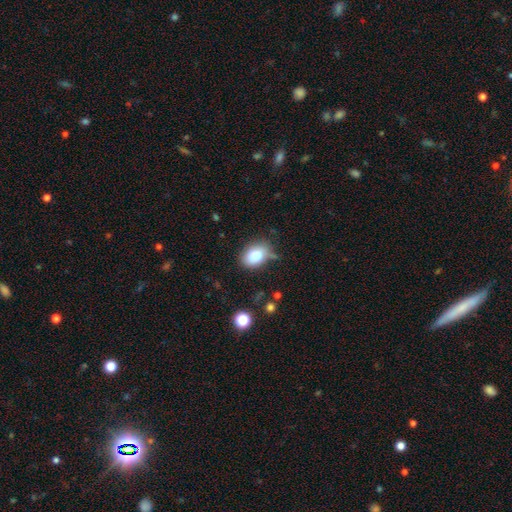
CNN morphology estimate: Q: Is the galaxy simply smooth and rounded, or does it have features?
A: smooth — 84%.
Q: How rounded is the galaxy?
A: in between — 79%.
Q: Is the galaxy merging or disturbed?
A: none — 63%.